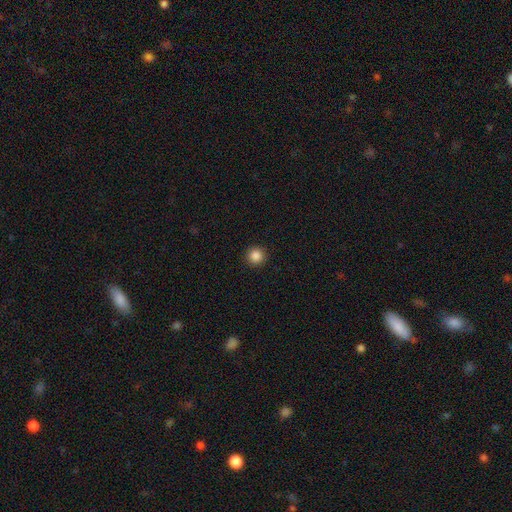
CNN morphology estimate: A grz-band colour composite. It shows a smooth galaxy with no disk features (86%) that is round (95%). Merging: none (92%).